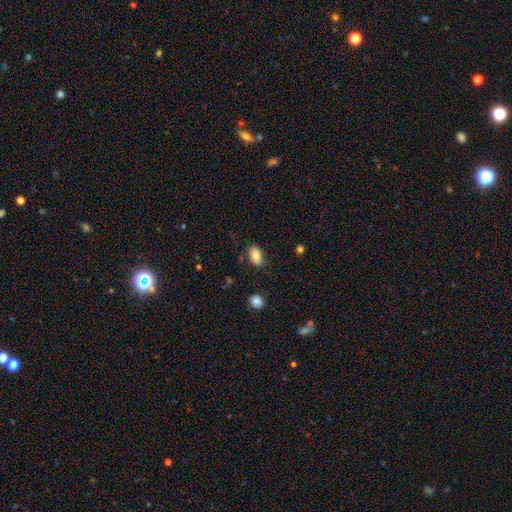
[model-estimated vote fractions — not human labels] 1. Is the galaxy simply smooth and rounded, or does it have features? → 81% smooth, 11% featured or disk, 8% star or artifact.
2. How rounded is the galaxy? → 90% in between, 8% round, 2% cigar-shaped.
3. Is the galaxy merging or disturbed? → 76% none, 18% minor disturbance, 4% major disturbance, 2% merger.